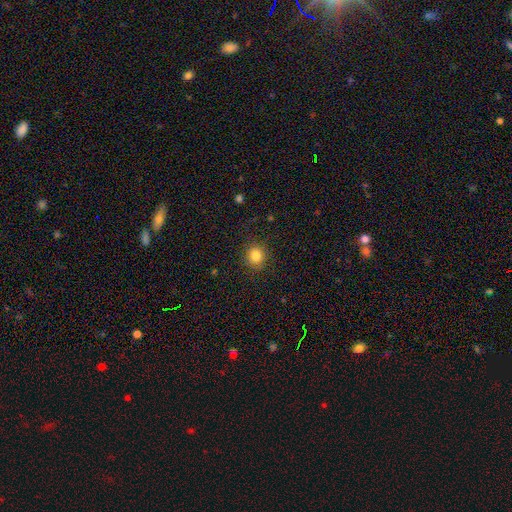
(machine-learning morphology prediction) A smooth galaxy with no disk features (83%) that is round (86%).

Vote fractions:
- Smooth or featured? smooth: 83% / star or artifact: 12% / featured or disk: 5%
- How rounded? round: 86% / in between: 13% / cigar-shaped: 1%
- Merging? none: 89% / minor disturbance: 7% / major disturbance: 3% / merger: 1%